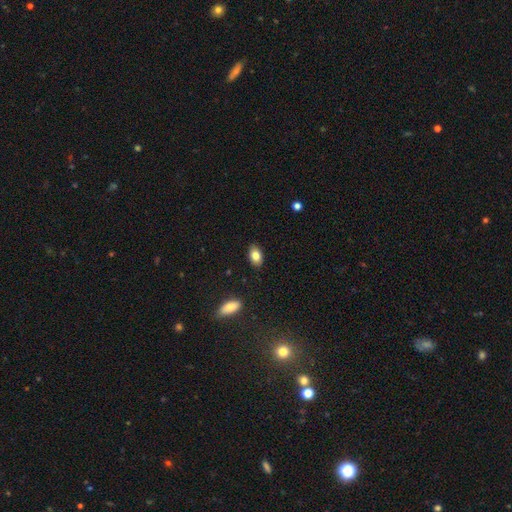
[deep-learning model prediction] smooth_or_featured: smooth (p=0.82) [alt: featured or disk p=0.11]
how_rounded: in between (p=0.90) [alt: round p=0.08]
merging: none (p=0.88) [alt: minor disturbance p=0.09]